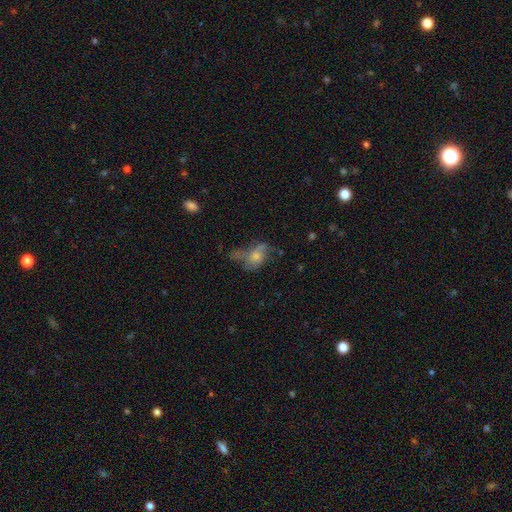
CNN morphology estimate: Smooth or featured? Predicted: smooth (p=0.47). Merging? Predicted: major disturbance (p=0.35).